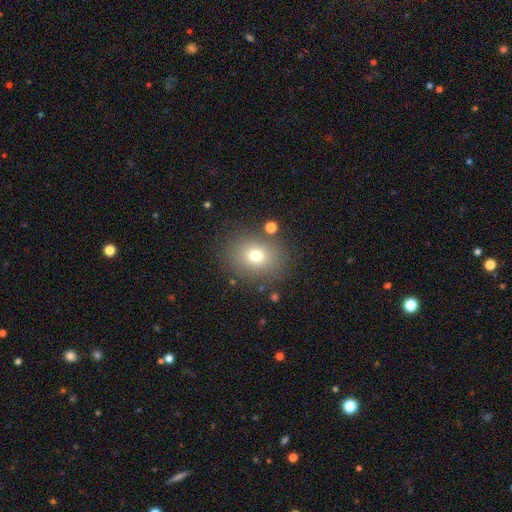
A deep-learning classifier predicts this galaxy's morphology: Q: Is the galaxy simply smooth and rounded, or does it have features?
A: smooth — 73%.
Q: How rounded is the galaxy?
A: round — 60%.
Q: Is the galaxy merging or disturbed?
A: none — 82%.